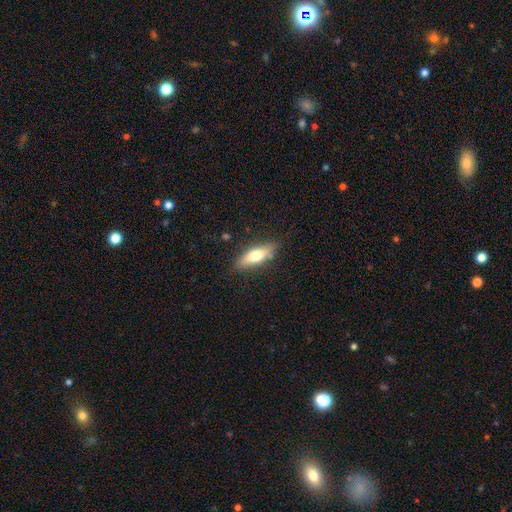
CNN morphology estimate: Smooth or featured? Predicted: smooth (p=0.63). How rounded? Predicted: in between (p=0.53). Merging? Predicted: none (p=0.82).